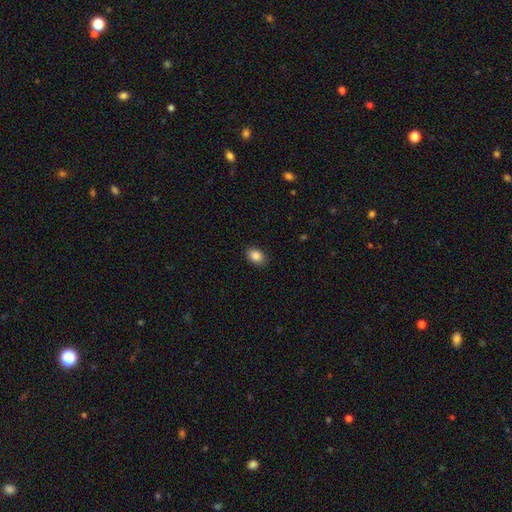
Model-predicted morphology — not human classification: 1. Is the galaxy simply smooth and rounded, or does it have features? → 87% smooth, 8% star or artifact, 5% featured or disk.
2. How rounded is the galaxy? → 78% in between, 21% round, 1% cigar-shaped.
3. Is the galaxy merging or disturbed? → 87% none, 9% minor disturbance, 2% major disturbance, 1% merger.